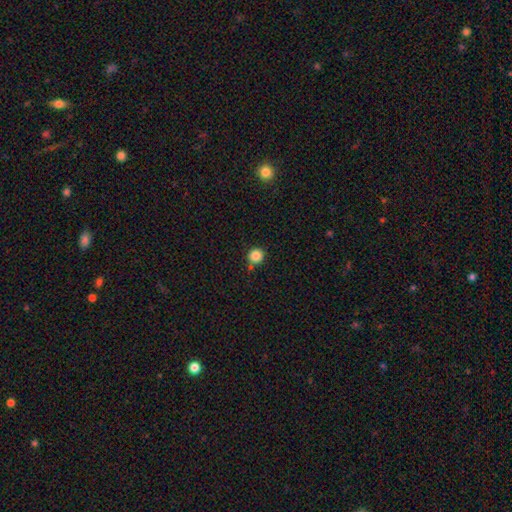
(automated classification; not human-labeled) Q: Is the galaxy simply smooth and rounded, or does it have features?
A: smooth — 85%.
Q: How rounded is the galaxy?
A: round — 94%.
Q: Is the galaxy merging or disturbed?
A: none — 85%.